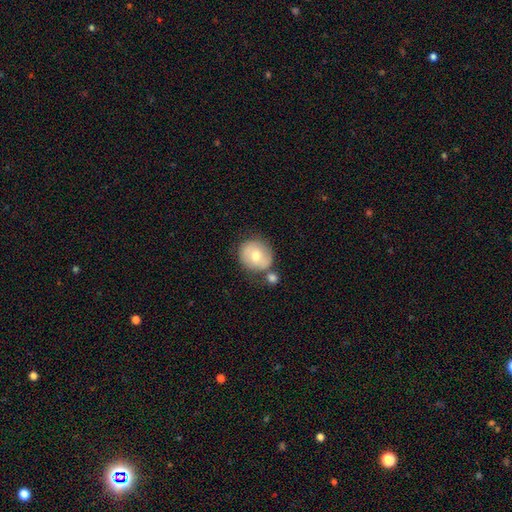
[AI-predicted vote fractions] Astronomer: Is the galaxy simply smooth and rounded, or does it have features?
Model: smooth — 62%.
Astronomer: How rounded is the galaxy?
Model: round — 82%.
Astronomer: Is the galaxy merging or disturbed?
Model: none — 60%.